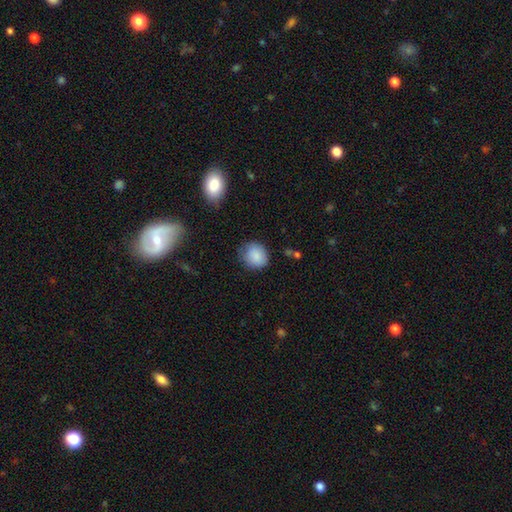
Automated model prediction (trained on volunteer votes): Smooth or featured: smooth — 87% (star or artifact — 8%)
How rounded: round — 79% (in between — 20%)
Merging: none — 74% (minor disturbance — 20%)